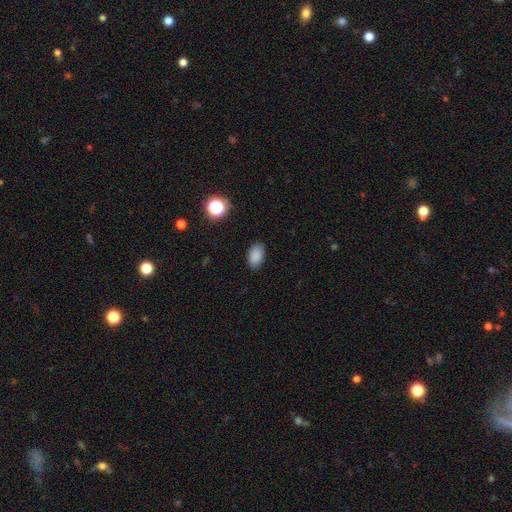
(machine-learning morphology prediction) A smooth galaxy with no disk features (86%) that is in between round and cigar-shaped (89%).

Vote fractions:
- Smooth or featured? smooth: 86% / star or artifact: 11% / featured or disk: 4%
- How rounded? in between: 89% / round: 10% / cigar-shaped: 1%
- Merging? none: 86% / minor disturbance: 10% / major disturbance: 3% / merger: 1%